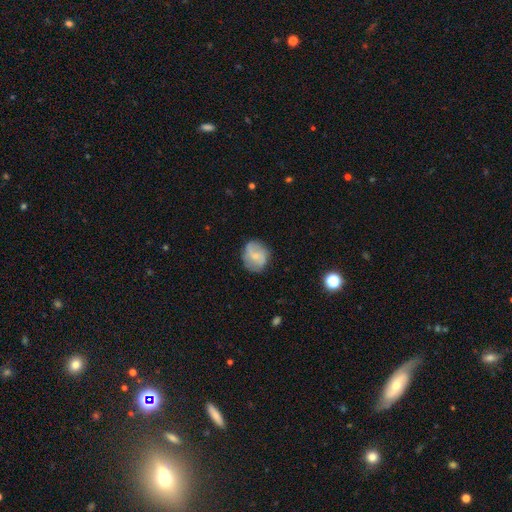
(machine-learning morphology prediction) A smooth galaxy with no disk features (55%) that is round (71%).

Vote fractions:
- Smooth or featured? smooth: 55% / featured or disk: 37% / star or artifact: 8%
- How rounded? round: 71% / in between: 27% / cigar-shaped: 1%
- Merging? none: 73% / minor disturbance: 19% / major disturbance: 6% / merger: 2%